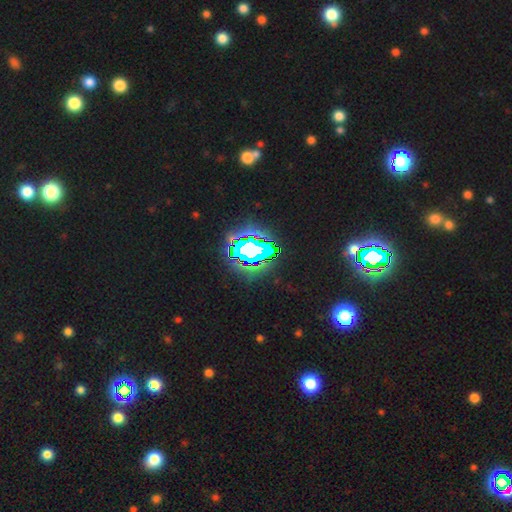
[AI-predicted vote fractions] A star or artifact, not a galaxy (71%).